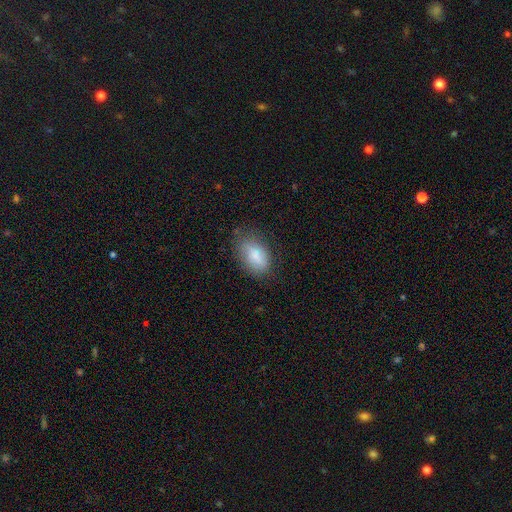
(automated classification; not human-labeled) Smooth or featured? smooth (81%)
How rounded? in between (88%)
Merging? none (69%)